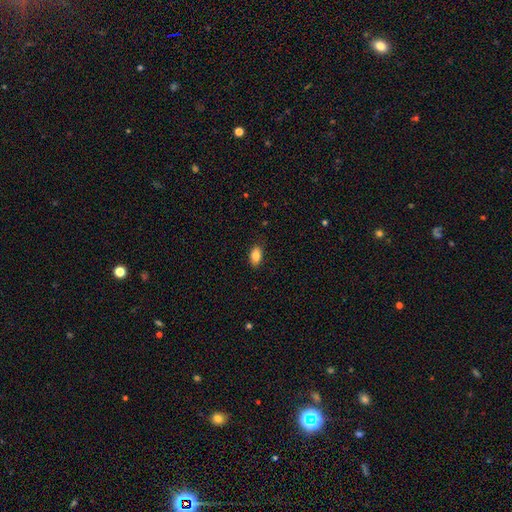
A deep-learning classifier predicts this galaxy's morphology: Q: Smooth or featured?
A: smooth (85%); runner-up: star or artifact (8%)
Q: How rounded?
A: in between (91%); runner-up: round (6%)
Q: Merging?
A: none (86%); runner-up: minor disturbance (11%)